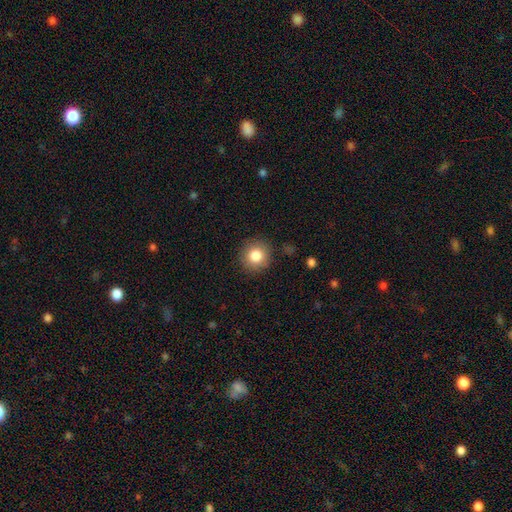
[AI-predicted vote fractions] A smooth galaxy with no disk features (83%) that is round (92%). Merging: none (88%).